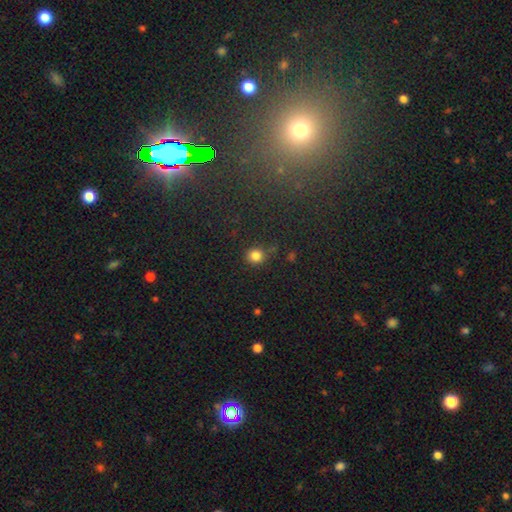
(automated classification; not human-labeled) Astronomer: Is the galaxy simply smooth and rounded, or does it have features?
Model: smooth — 82%.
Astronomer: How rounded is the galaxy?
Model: round — 87%.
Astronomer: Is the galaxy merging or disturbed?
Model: none — 78%.